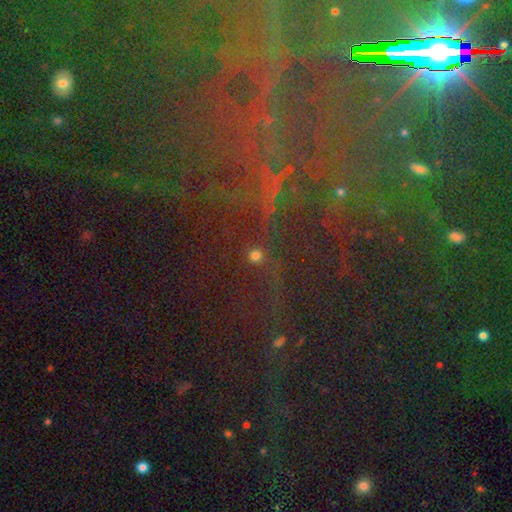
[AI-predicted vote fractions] This appears to be a smooth galaxy with no disk features (51%) that is round (91%). Merging: none (78%).